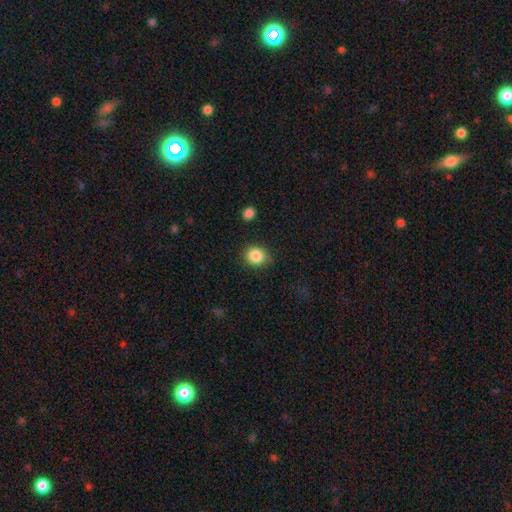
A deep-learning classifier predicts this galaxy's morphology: A smooth galaxy with no disk features (86%) that is round (75%). Merging: none (83%).